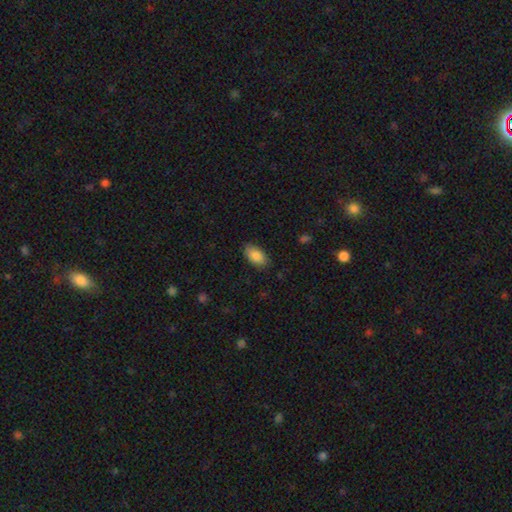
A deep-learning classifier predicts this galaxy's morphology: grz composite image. It shows a smooth galaxy with no disk features (87%) that is in between round and cigar-shaped (94%). Merging: none (85%).